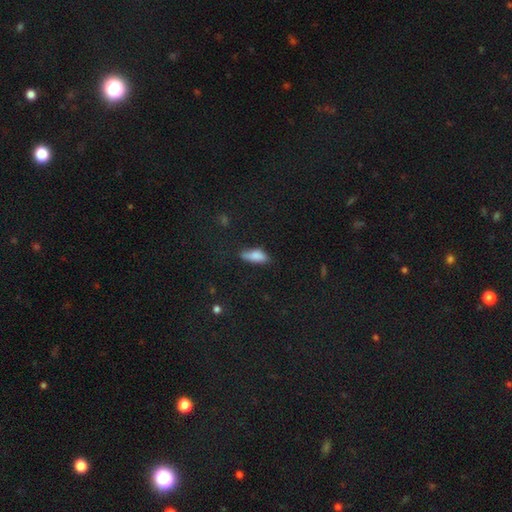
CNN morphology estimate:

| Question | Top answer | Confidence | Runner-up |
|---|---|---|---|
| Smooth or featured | smooth | 79% | featured or disk (12%) |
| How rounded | in between | 74% | cigar-shaped (24%) |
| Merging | none | 58% | minor disturbance (30%) |